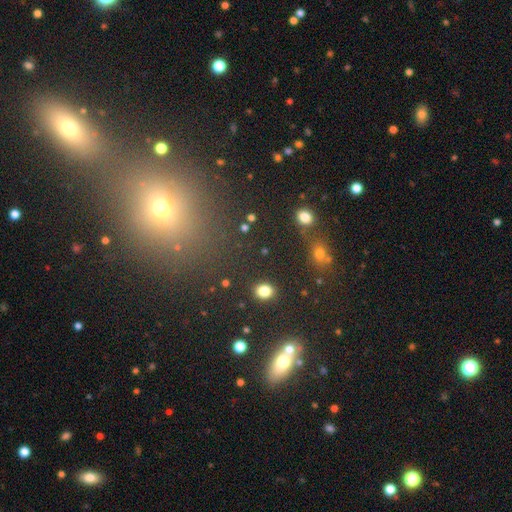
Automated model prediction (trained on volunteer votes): Morphology: type=smooth (46%); merging=none (70%).